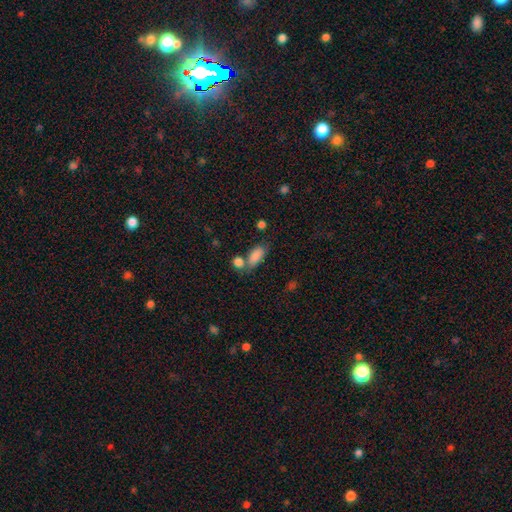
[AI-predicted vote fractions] The model was most divided on "merging": none: 53%, merger: 26%, minor disturbance: 15%, major disturbance: 6%. More confident: smooth or featured — smooth (86%); how rounded — in between (86%).